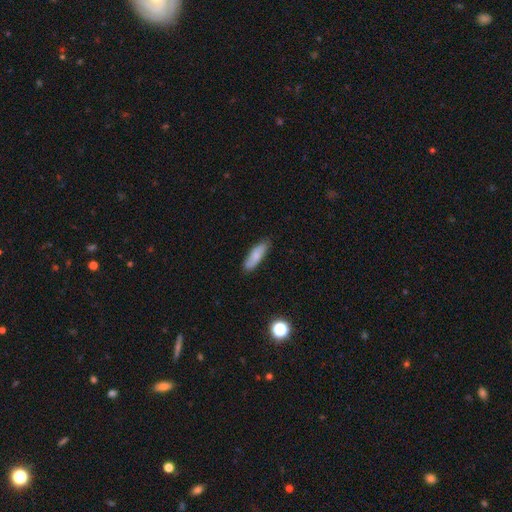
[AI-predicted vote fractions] smooth 76%, featured or disk 18%, star or artifact 6%. Down the decision tree: how rounded — in between (50%); merging — none (84%).